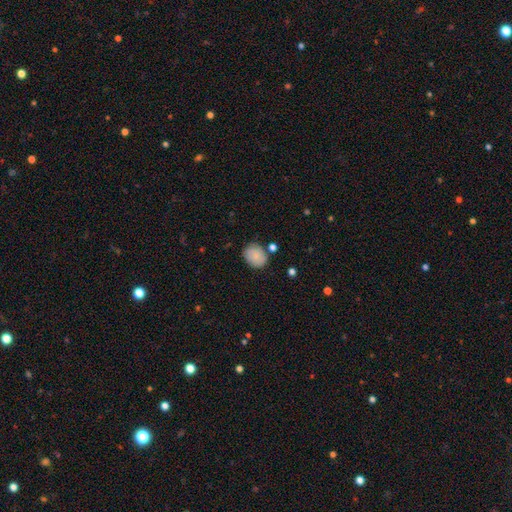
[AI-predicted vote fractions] The model was most divided on "how rounded": round: 50%, in between: 49%, cigar-shaped: 1%. More confident: smooth or featured — smooth (83%); merging — none (77%).